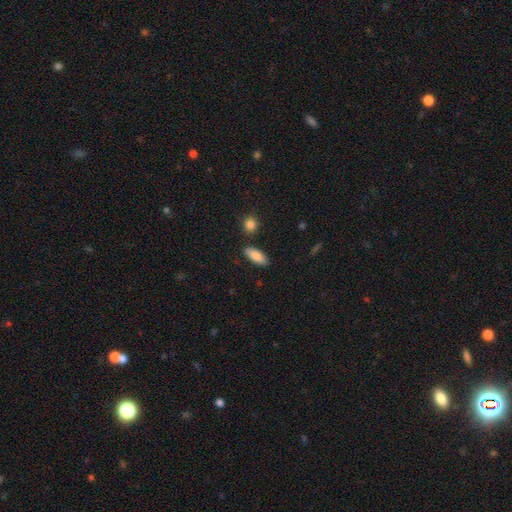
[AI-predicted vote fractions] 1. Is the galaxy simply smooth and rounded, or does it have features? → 87% smooth, 7% featured or disk, 6% star or artifact.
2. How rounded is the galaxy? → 79% in between, 19% cigar-shaped, 2% round.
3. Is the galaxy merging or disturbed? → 84% none, 10% minor disturbance, 4% merger, 2% major disturbance.